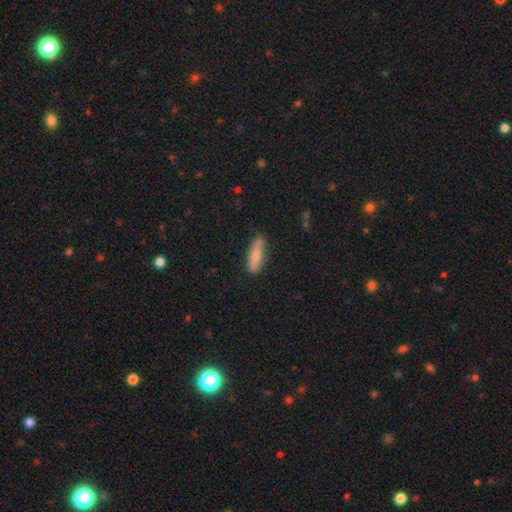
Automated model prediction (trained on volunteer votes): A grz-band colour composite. It shows a smooth galaxy with no disk features (68%) that is cigar-shaped (62%). Merging: none (85%).